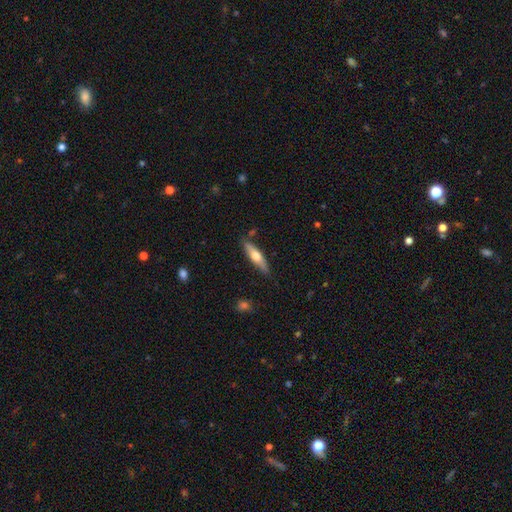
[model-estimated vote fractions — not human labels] This appears to be a smooth galaxy with no disk features (53%) that is cigar-shaped (74%). Merging: none (83%).